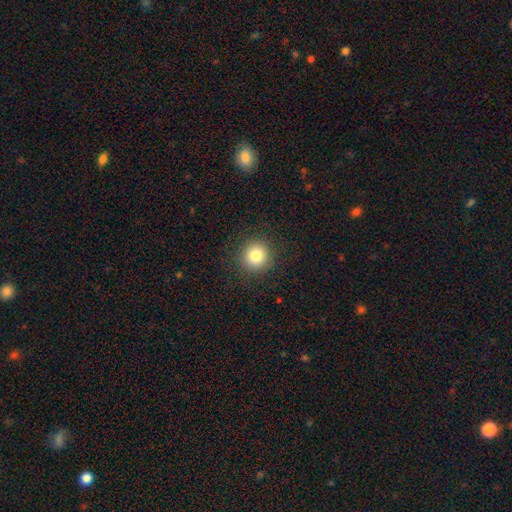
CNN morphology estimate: smooth 82%, star or artifact 11%, featured or disk 7%. Down the decision tree: how rounded — round (93%); merging — none (90%).